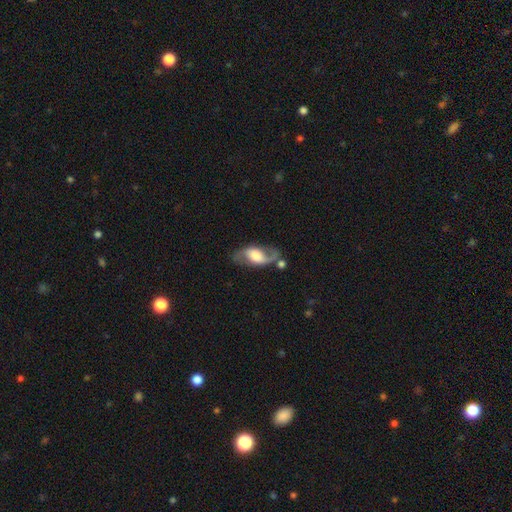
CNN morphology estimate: Smooth or featured? Predicted: featured or disk (p=0.75). Edge-on disk? Predicted: no (p=0.93). Bar? Predicted: no (p=0.43). Spiral arms? Predicted: yes (p=0.91). Spiral winding? Predicted: loose (p=0.62). Spiral arm count? Predicted: 2 (p=0.86). Bulge size? Predicted: moderate (p=0.39). Merging? Predicted: none (p=0.59).